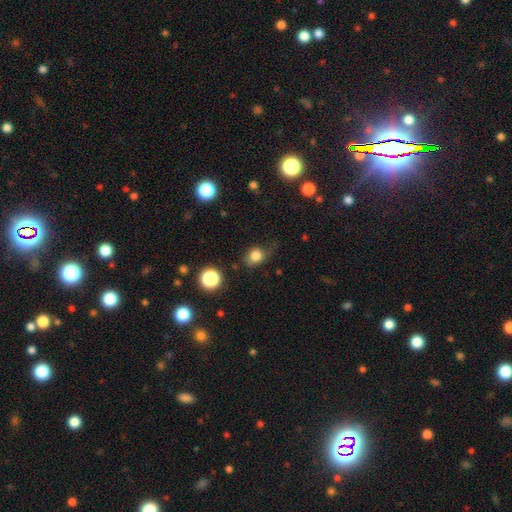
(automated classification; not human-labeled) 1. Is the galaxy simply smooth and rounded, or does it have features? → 81% smooth, 12% star or artifact, 8% featured or disk.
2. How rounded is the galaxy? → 57% round, 42% in between, 1% cigar-shaped.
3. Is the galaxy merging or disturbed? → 56% none, 29% minor disturbance, 12% major disturbance, 3% merger.